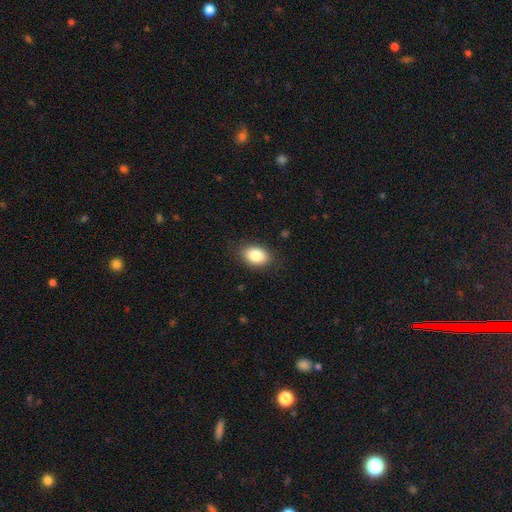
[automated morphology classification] Overall: smooth (86%). How rounded: in between (83%). Merging: none (85%).